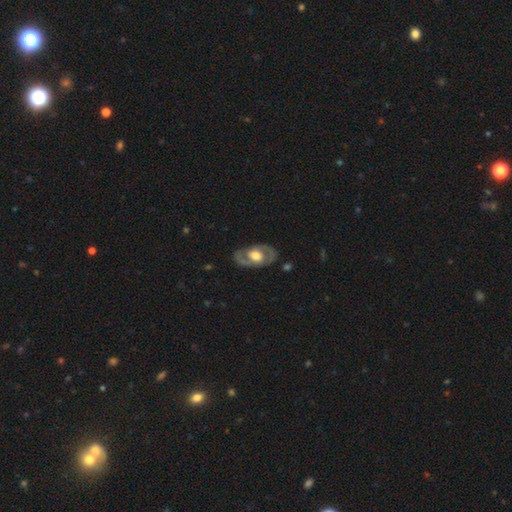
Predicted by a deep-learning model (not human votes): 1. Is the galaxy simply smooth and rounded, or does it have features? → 70% featured or disk, 25% smooth, 5% star or artifact.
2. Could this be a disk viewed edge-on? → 91% no, 9% yes.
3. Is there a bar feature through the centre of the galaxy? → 68% no, 24% weak, 8% strong.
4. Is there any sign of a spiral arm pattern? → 54% yes, 46% no.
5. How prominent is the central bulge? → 51% moderate, 40% large, 5% small, 2% dominant, 1% none.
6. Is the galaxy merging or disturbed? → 80% none, 13% minor disturbance, 6% major disturbance, 1% merger.